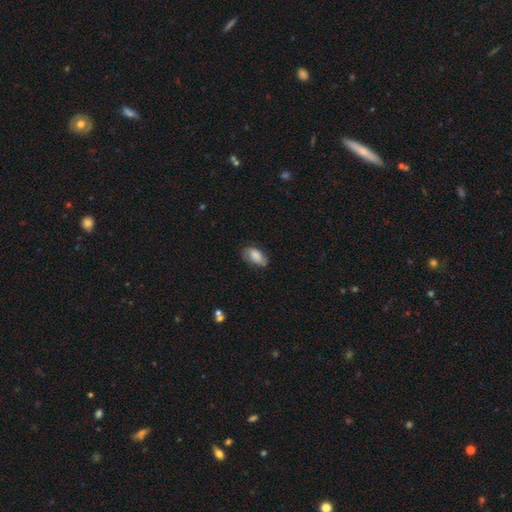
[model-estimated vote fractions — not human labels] Smooth or featured: smooth — 72% (featured or disk — 20%)
How rounded: in between — 92% (round — 5%)
Merging: none — 64% (minor disturbance — 27%)